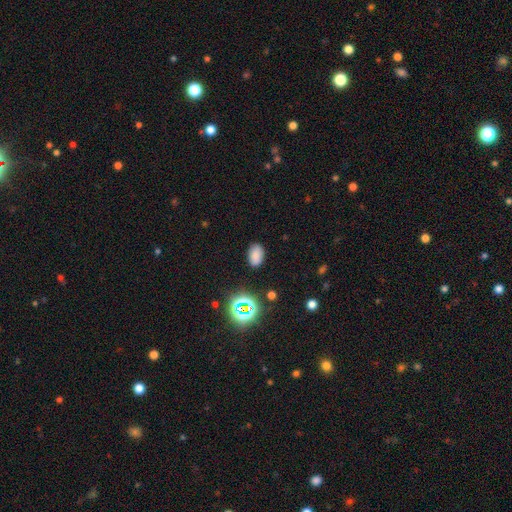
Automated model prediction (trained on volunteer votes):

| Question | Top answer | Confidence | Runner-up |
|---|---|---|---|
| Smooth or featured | smooth | 76% | star or artifact (17%) |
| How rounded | in between | 88% | round (11%) |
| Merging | none | 83% | minor disturbance (12%) |